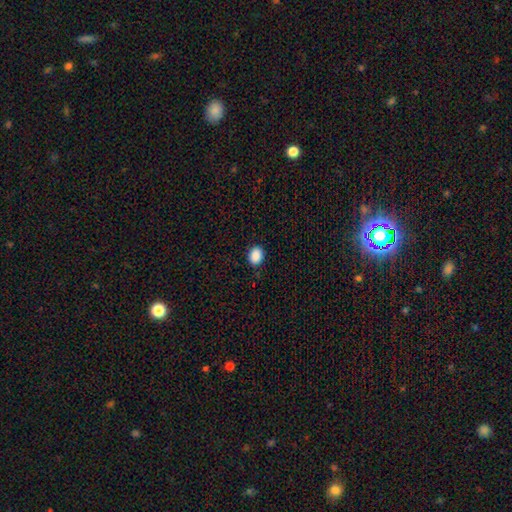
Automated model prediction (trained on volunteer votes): smooth_or_featured: smooth (p=0.89) [alt: star or artifact p=0.09]
how_rounded: round (p=0.52) [alt: in between p=0.47]
merging: none (p=0.87) [alt: minor disturbance p=0.10]